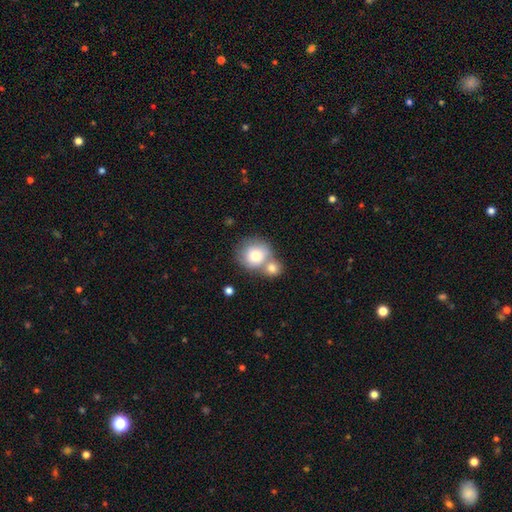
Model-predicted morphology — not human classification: The model was most divided on "merging": merger: 47%, none: 39%, minor disturbance: 10%, major disturbance: 4%. More confident: how rounded — round (84%); smooth or featured — smooth (77%).